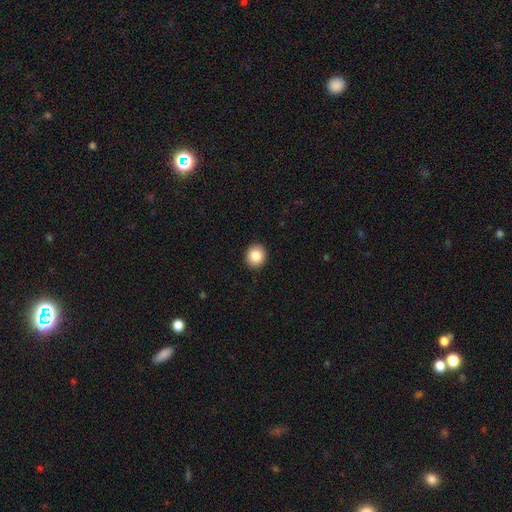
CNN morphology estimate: Overall: smooth (86%). How rounded: round (84%). Merging: none (93%).